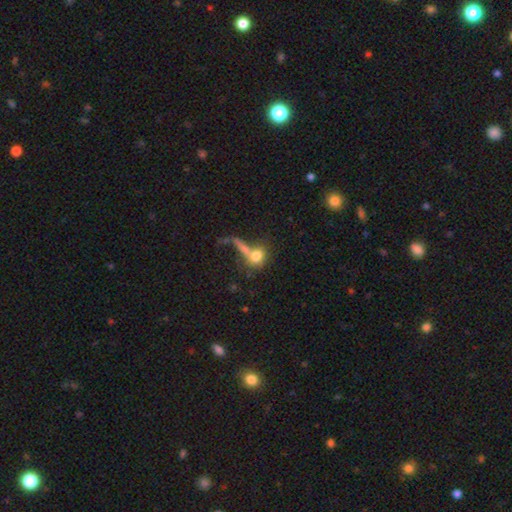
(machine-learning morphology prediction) This is likely a smooth galaxy (72%). How rounded: possibly round (59%). Merging: marginally merger (37%).